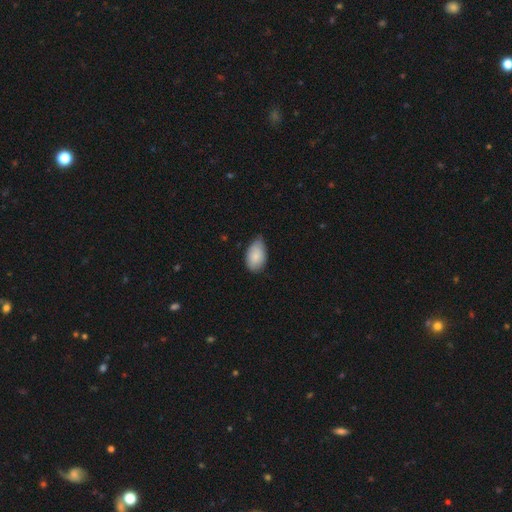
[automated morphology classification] The model was most divided on "merging": none: 57%, minor disturbance: 37%, major disturbance: 5%, merger: 1%. More confident: how rounded — in between (93%); smooth or featured — smooth (85%).